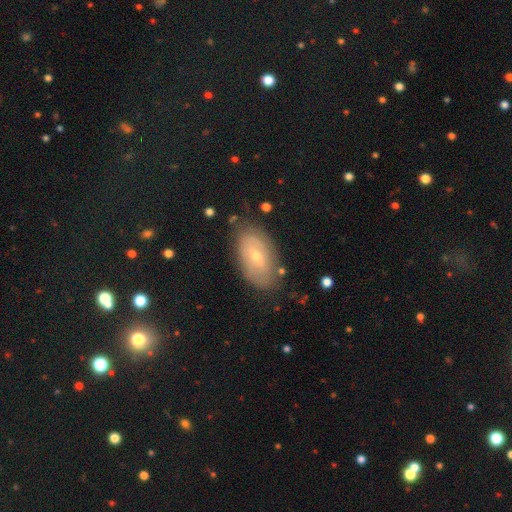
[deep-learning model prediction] Smooth or featured? Predicted: featured or disk (p=0.52). Edge-on disk? Predicted: no (p=0.89). Merging? Predicted: none (p=0.76).